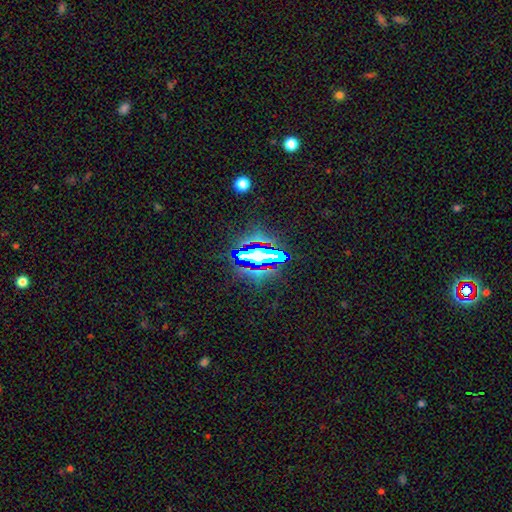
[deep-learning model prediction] Smooth or featured: star or artifact — 61% (smooth — 25%)